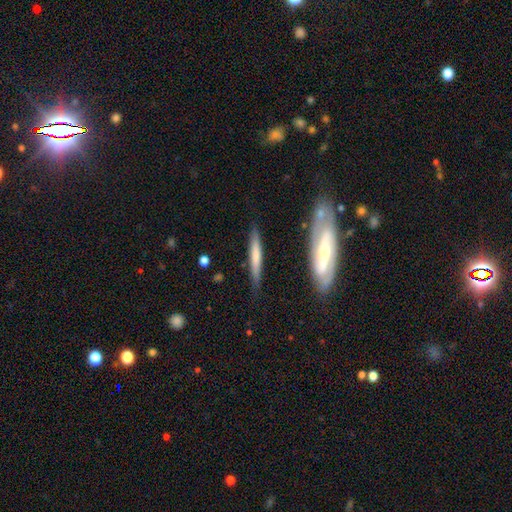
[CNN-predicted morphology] A smooth galaxy with no disk features (51%) that is cigar-shaped (92%).

Vote fractions:
- Smooth or featured? smooth: 51% / featured or disk: 43% / star or artifact: 6%
- How rounded? cigar-shaped: 92% / in between: 6% / round: 2%
- Merging? none: 82% / minor disturbance: 12% / merger: 4% / major disturbance: 3%